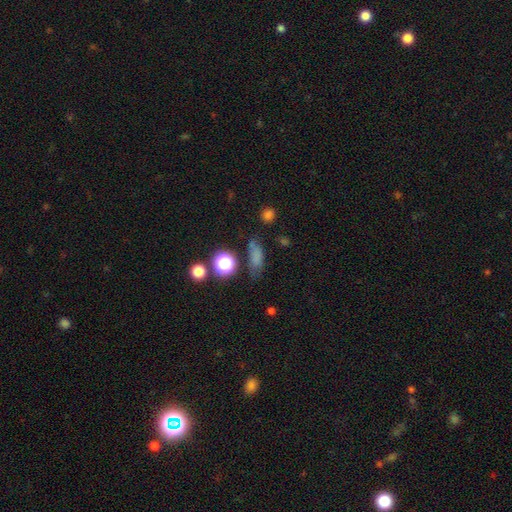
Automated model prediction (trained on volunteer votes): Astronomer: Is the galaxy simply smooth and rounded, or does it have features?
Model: smooth — 69%.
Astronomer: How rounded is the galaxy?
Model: in between — 53% (runner-up: cigar-shaped, 30%).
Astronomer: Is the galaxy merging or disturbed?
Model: none — 63%.